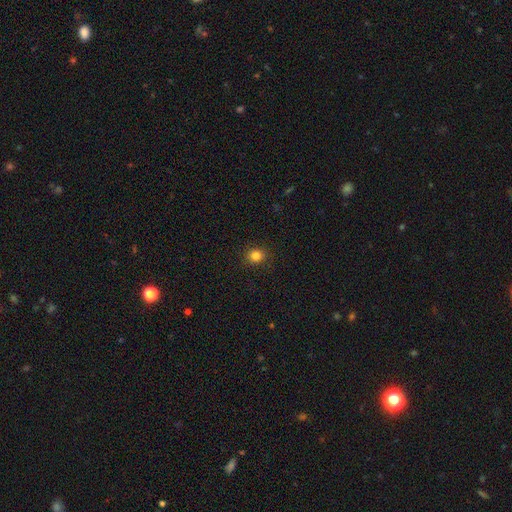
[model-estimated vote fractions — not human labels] Smooth or featured?
  - smooth: 82% *
  - star or artifact: 13%
  - featured or disk: 5%
How rounded?
  - round: 85% *
  - in between: 14%
  - cigar-shaped: 1%
Merging?
  - none: 91% *
  - minor disturbance: 6%
  - major disturbance: 2%
  - merger: 1%